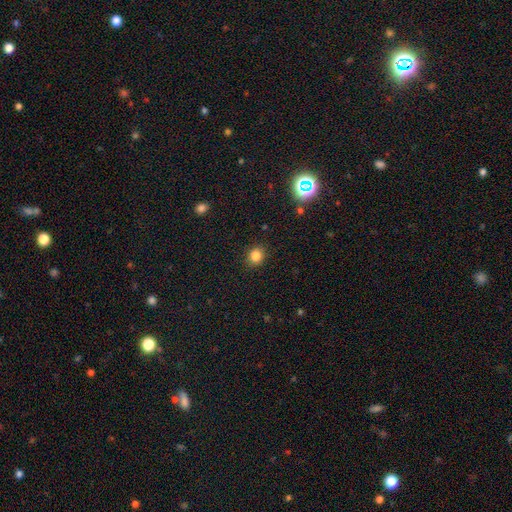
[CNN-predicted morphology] Smooth or featured? Predicted: smooth (p=0.83). How rounded? Predicted: round (p=0.77). Merging? Predicted: none (p=0.90).